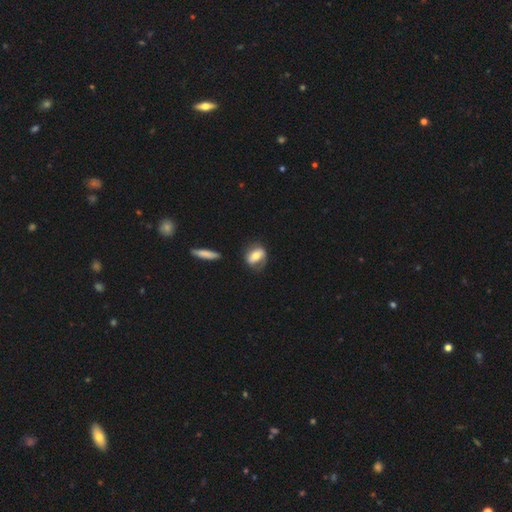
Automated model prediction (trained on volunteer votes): This is possibly a smooth galaxy (55%). How rounded: likely in between (66%). Merging: likely none (64%).